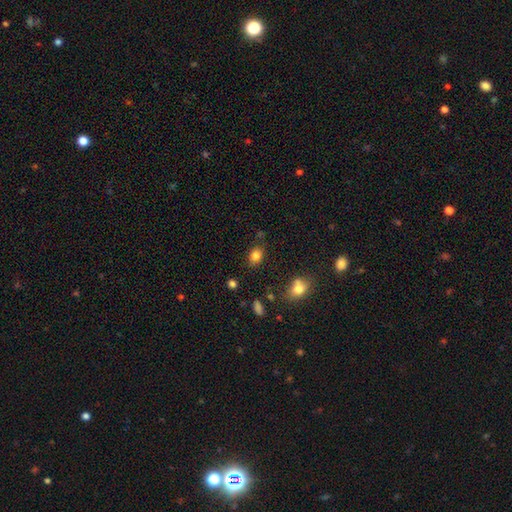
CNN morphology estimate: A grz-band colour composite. It shows a smooth galaxy with no disk features (82%) that is in between round and cigar-shaped (64%). Merging: none (77%).